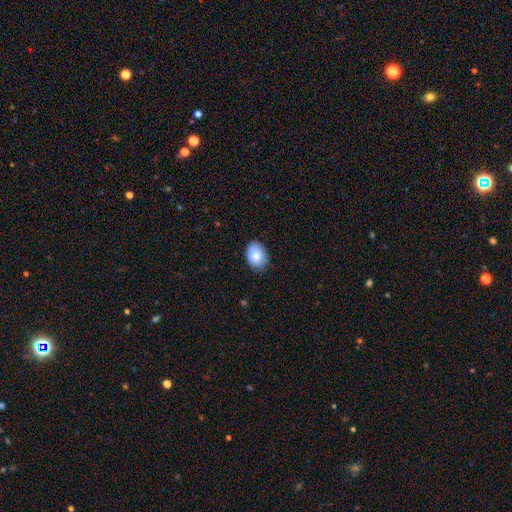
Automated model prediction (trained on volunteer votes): A smooth galaxy with no disk features (82%) that is in between round and cigar-shaped (77%).

Vote fractions:
- Smooth or featured? smooth: 82% / featured or disk: 11% / star or artifact: 7%
- How rounded? in between: 77% / round: 22% / cigar-shaped: 1%
- Merging? none: 80% / minor disturbance: 17% / major disturbance: 3% / merger: 1%